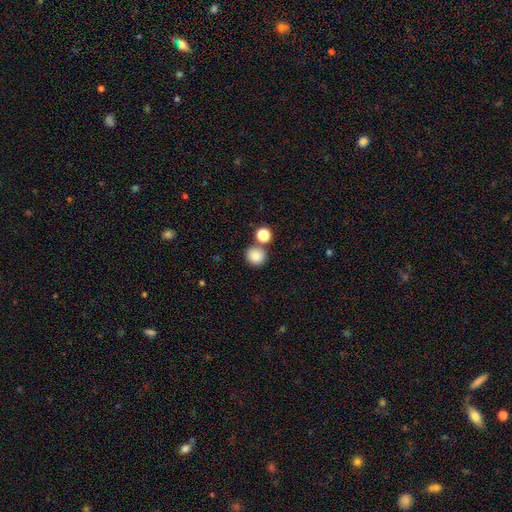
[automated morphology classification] smooth-or-featured: smooth: 85% | star or artifact: 10% | featured or disk: 5%
  how-rounded: round: 89% | in between: 10% | cigar-shaped: 1%
  merging: none: 70% | merger: 20% | minor disturbance: 8% | major disturbance: 3%